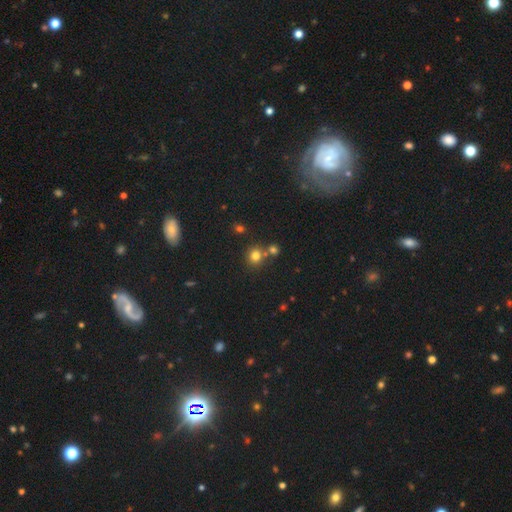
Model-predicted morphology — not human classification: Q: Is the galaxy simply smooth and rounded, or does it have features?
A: smooth — 76%.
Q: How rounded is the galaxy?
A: round — 85%.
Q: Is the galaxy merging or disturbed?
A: none — 63%.